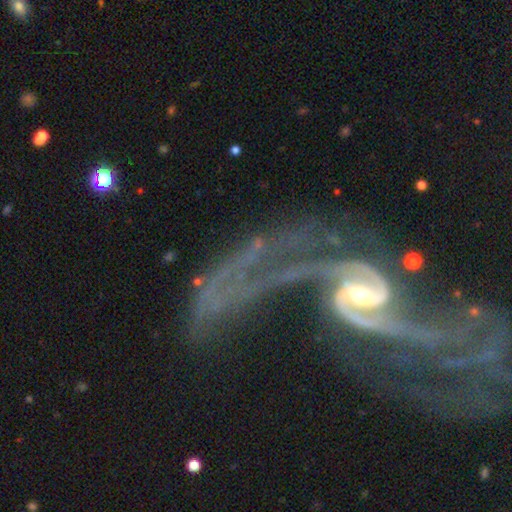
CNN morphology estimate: A featured or disk galaxy (89%) with a weak bar (38%), 2 (79%) loose (45%) spiral arms (95%) and a small central bulge (50%). Merging: major disturbance (38%).